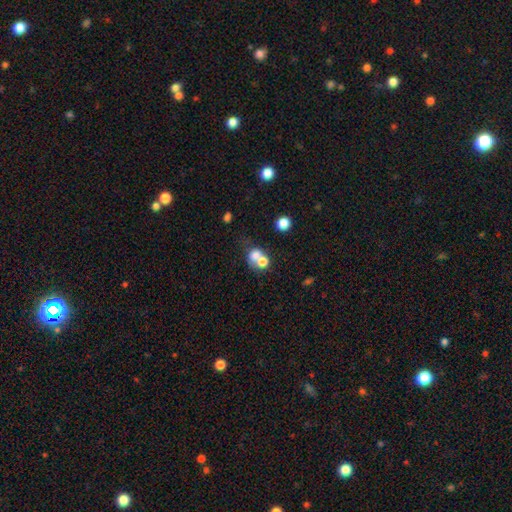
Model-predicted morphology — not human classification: Smooth or featured?
  - smooth: 68% *
  - featured or disk: 19%
  - star or artifact: 13%
How rounded?
  - round: 67% *
  - in between: 32%
  - cigar-shaped: 1%
Merging?
  - merger: 61% *
  - none: 27%
  - minor disturbance: 7%
  - major disturbance: 5%